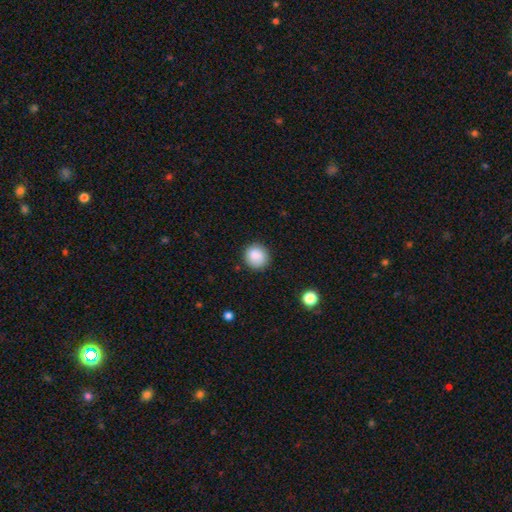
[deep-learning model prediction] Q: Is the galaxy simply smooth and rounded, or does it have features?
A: smooth — 88%.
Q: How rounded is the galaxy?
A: round — 91%.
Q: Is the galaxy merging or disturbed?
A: none — 88%.